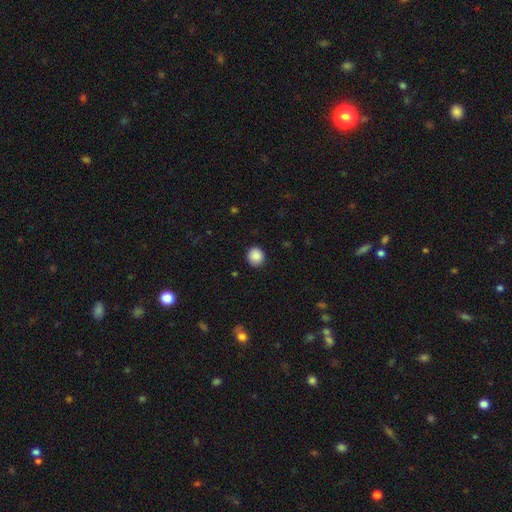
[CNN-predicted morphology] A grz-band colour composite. It shows a smooth galaxy with no disk features (89%) that is round (86%). Merging: none (90%).